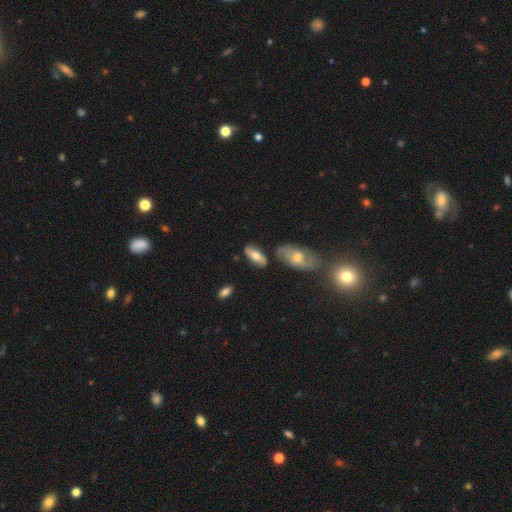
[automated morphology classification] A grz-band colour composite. It shows a smooth galaxy with no disk features (57%) that is in between round and cigar-shaped (77%). Merging: none (72%).